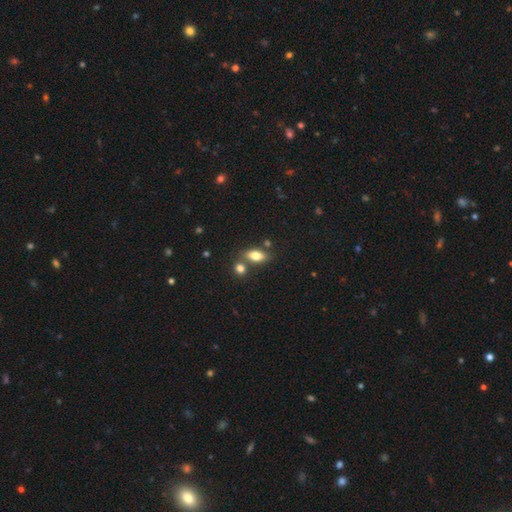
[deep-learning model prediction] The model was most divided on "merging": none: 64%, merger: 21%, minor disturbance: 12%, major disturbance: 3%. More confident: how rounded — in between (83%); smooth or featured — smooth (75%).